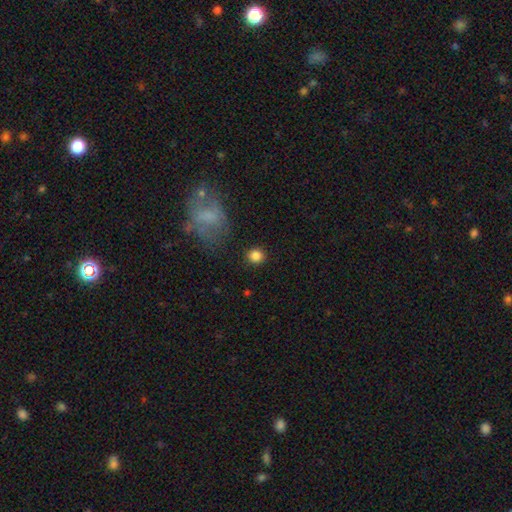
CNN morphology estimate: This appears to be a smooth galaxy with no disk features (85%) that is round (90%). Merging: none (89%).